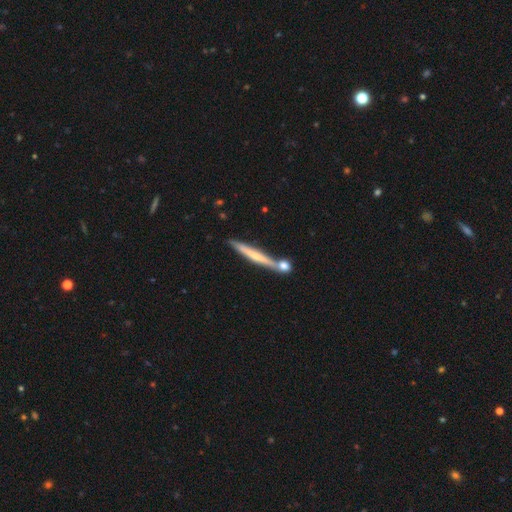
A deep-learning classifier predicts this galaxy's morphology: Smooth or featured: featured or disk — 55% (smooth — 39%)
Edge-on disk: yes — 94% (no — 6%)
Edge-on bulge: rounded — 47% (none — 45%)
Merging: none — 67% (merger — 19%)